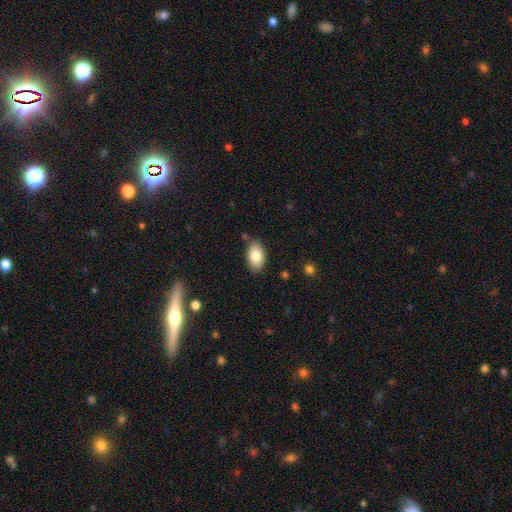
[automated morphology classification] smooth 82%, featured or disk 11%, star or artifact 7%. Down the decision tree: how rounded — in between (93%); merging — none (82%).